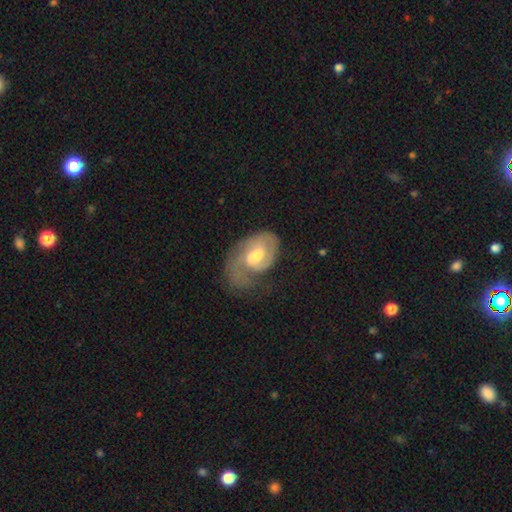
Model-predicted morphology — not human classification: A featured or disk galaxy (72%) with a weak bar (55%), 1 (54%) medium (40%) spiral arms (87%) and a moderate central bulge (60%).

Vote fractions:
- Smooth or featured? featured or disk: 72% / smooth: 23% / star or artifact: 5%
- Edge-on disk? no: 97% / yes: 3%
- Bar? weak: 55% / no: 34% / strong: 12%
- Spiral arms? yes: 87% / no: 13%
- Spiral winding? medium: 40% / tight: 39% / loose: 21%
- Spiral arm count? 1: 54% / 2: 27% / can't tell: 13% / 3: 3% / 4: 1% / more than 4: 1%
- Bulge size? moderate: 60% / small: 22% / large: 14% / none: 3% / dominant: 1%
- Merging? major disturbance: 40% / none: 32% / minor disturbance: 25% / merger: 3%